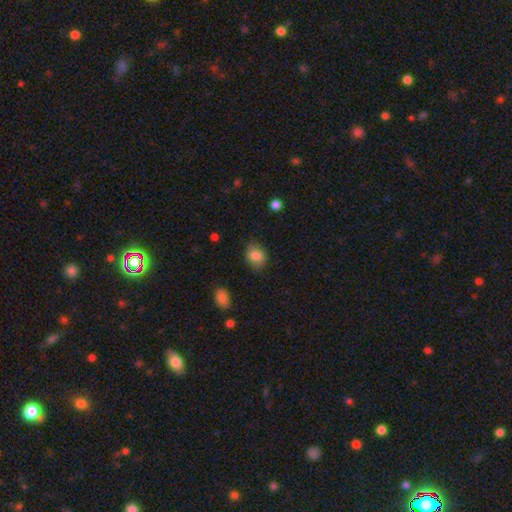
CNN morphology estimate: Overall: smooth (82%). How rounded: in between (55%; round 44%). Merging: none (76%).